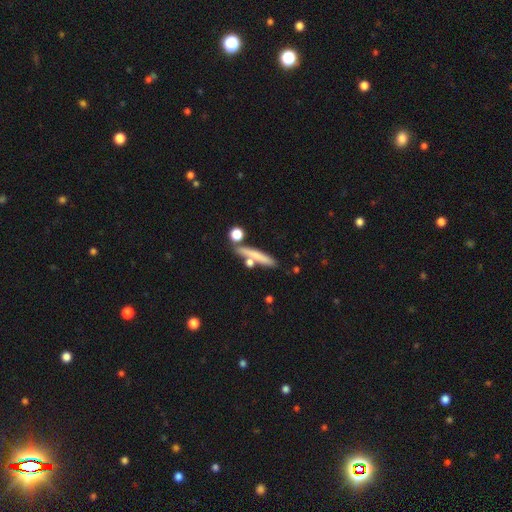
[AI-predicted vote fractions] Smooth or featured? Predicted: smooth (p=0.66). How rounded? Predicted: cigar-shaped (p=0.85). Merging? Predicted: none (p=0.69).